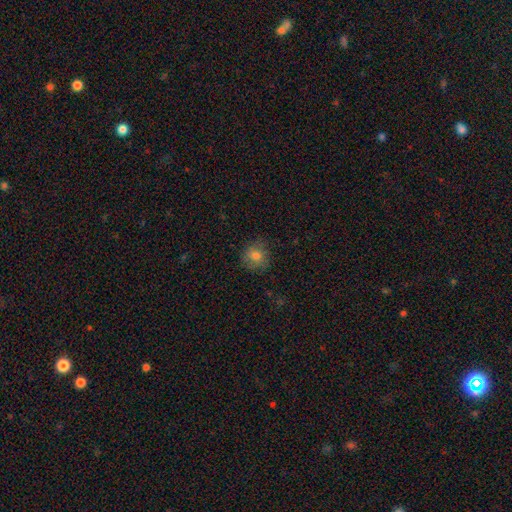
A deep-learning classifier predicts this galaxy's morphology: Smooth or featured? Predicted: smooth (p=0.78). How rounded? Predicted: round (p=0.88). Merging? Predicted: none (p=0.81).